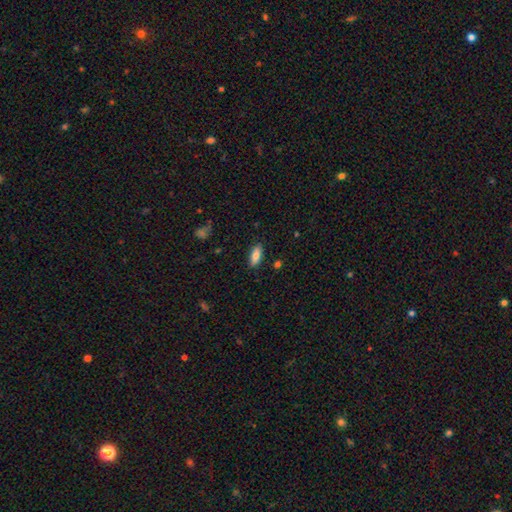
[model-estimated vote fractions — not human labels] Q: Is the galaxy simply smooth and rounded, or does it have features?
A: smooth — 80%.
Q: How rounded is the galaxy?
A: in between — 76%.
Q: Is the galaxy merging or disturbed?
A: none — 86%.